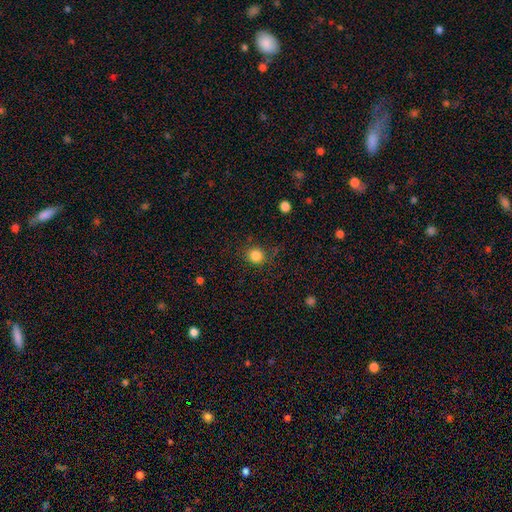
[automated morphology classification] smooth_or_featured: smooth (p=0.84) [alt: star or artifact p=0.12]
how_rounded: round (p=0.90) [alt: in between p=0.09]
merging: none (p=0.82) [alt: minor disturbance p=0.11]